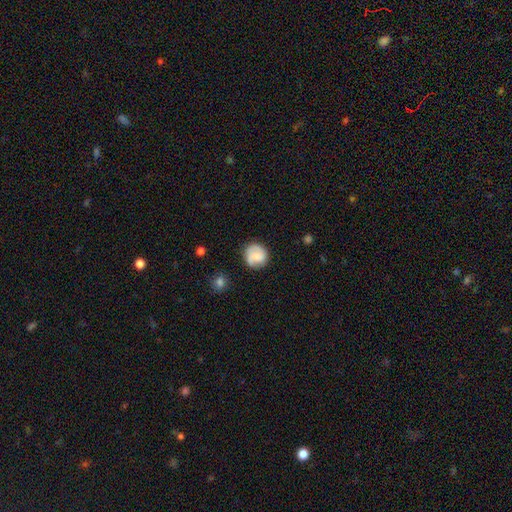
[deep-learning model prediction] smooth 57%, featured or disk 35%, star or artifact 8%. Down the decision tree: how rounded — round (87%); merging — none (73%).